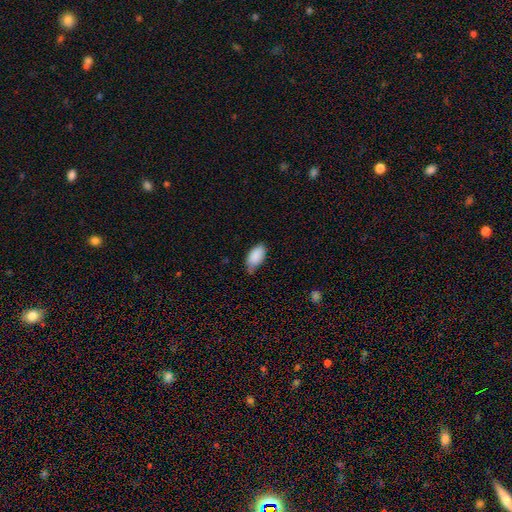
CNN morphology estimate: This appears to be a smooth galaxy with no disk features (88%) that is in between round and cigar-shaped (94%). Merging: none (56%).